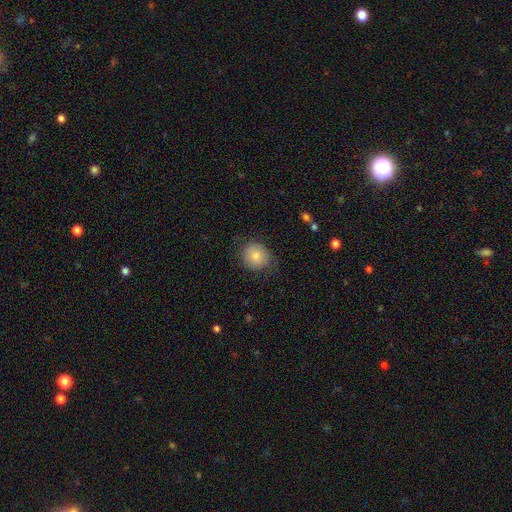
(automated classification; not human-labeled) A smooth galaxy with no disk features (81%) that is round (77%). Merging: none (73%).